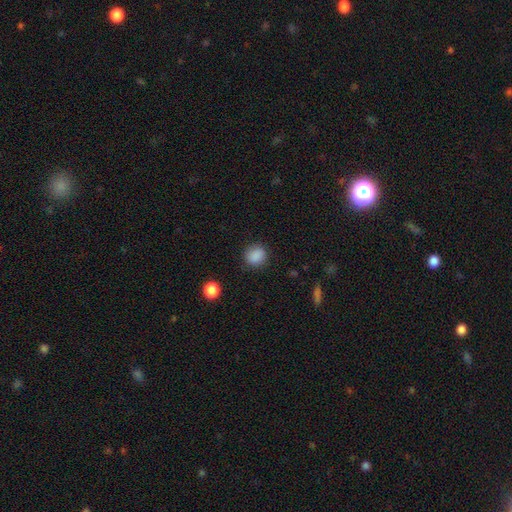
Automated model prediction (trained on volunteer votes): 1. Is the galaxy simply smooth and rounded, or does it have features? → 87% smooth, 10% star or artifact, 3% featured or disk.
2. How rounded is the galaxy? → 80% round, 19% in between, 1% cigar-shaped.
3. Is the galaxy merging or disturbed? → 86% none, 9% minor disturbance, 3% major disturbance, 1% merger.